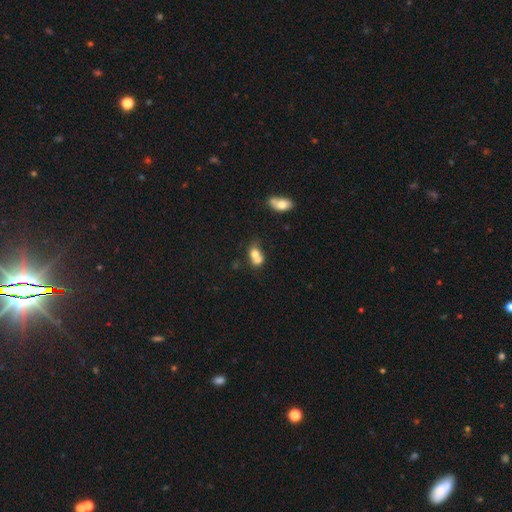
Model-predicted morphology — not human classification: This is likely a smooth galaxy (70%). How rounded: possibly in between (52%). Merging: likely merger (67%).